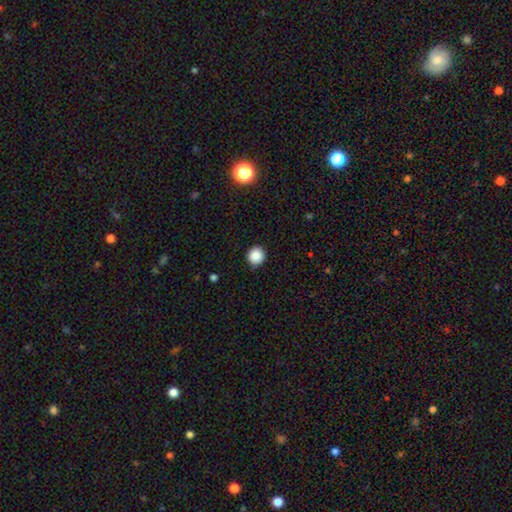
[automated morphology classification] This appears to be a smooth galaxy with no disk features (88%) that is round (94%). Merging: none (89%).